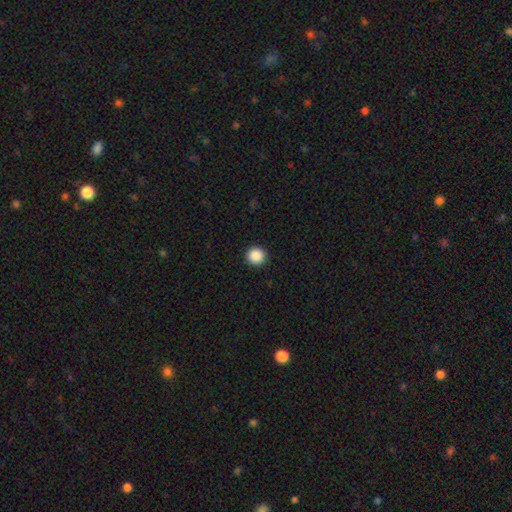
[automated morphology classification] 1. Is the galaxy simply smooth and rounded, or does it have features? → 89% smooth, 9% star or artifact, 2% featured or disk.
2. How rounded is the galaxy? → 95% round, 4% in between, 1% cigar-shaped.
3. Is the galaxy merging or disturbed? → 93% none, 5% minor disturbance, 2% major disturbance, 1% merger.